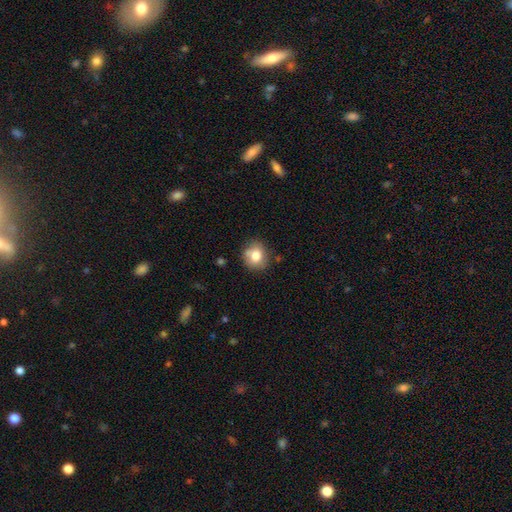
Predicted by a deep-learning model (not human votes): Morphology: type=smooth (78%); roundness=round (79%); merging=none (74%).